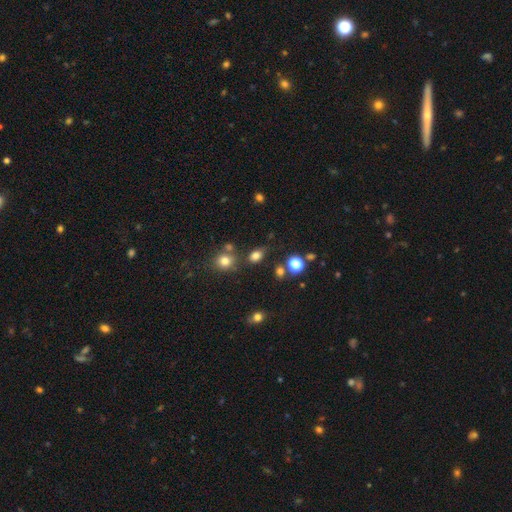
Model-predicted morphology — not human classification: Q: Smooth or featured?
A: smooth (78%); runner-up: star or artifact (15%)
Q: How rounded?
A: in between (69%); runner-up: round (29%)
Q: Merging?
A: none (71%); runner-up: minor disturbance (16%)